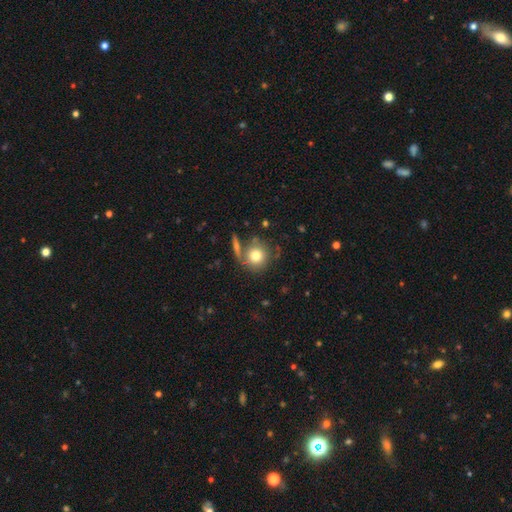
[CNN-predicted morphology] smooth-or-featured: smooth: 76% | featured or disk: 15% | star or artifact: 10%
  how-rounded: round: 91% | in between: 8% | cigar-shaped: 1%
  merging: none: 66% | merger: 16% | minor disturbance: 12% | major disturbance: 6%